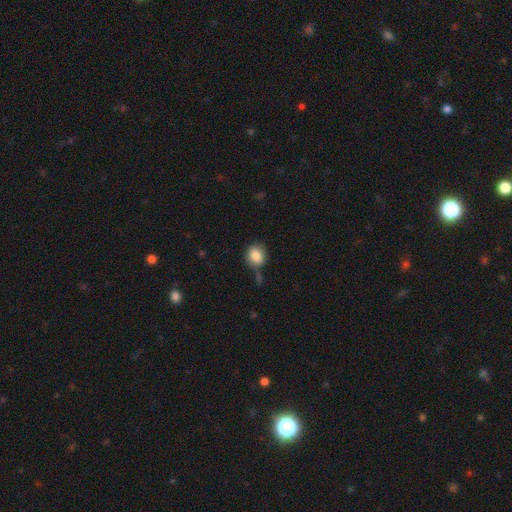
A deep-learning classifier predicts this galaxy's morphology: This is clearly a smooth galaxy (86%). How rounded: likely round (74%). Merging: likely none (66%).